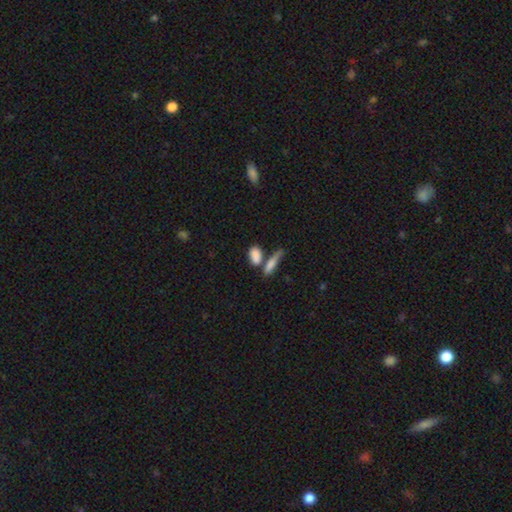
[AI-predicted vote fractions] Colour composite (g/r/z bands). It shows a smooth galaxy with no disk features (83%) that is in between round and cigar-shaped (75%). Merging: none (46%).